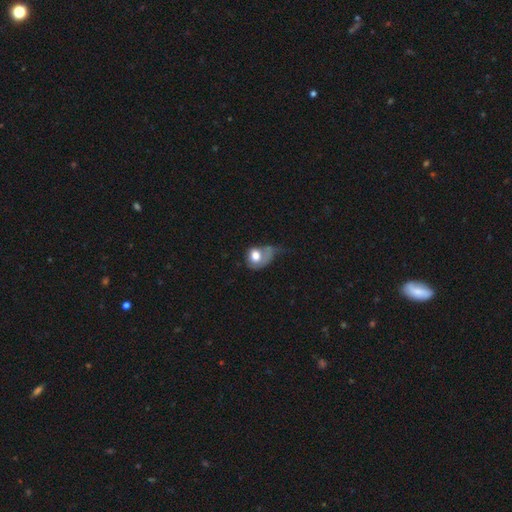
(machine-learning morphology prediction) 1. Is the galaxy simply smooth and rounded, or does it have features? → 68% smooth, 23% featured or disk, 9% star or artifact.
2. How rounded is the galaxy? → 51% in between, 47% round, 1% cigar-shaped.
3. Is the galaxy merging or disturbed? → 51% major disturbance, 22% minor disturbance, 17% none, 10% merger.